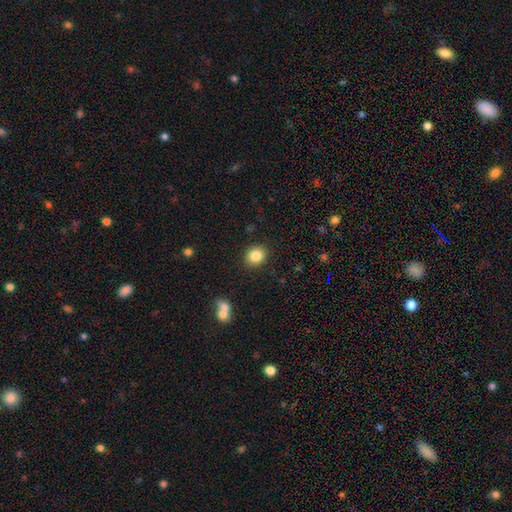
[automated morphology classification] Overall: smooth (84%). How rounded: round (67%; in between 32%). Merging: none (89%).